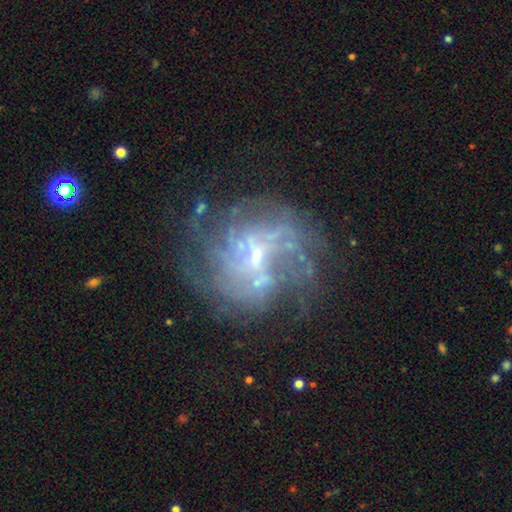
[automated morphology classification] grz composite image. It shows a featured or disk galaxy (79%) with no bar (48%), medium (38%) spiral arms (79%) and a small central bulge (67%). Merging: none (62%).